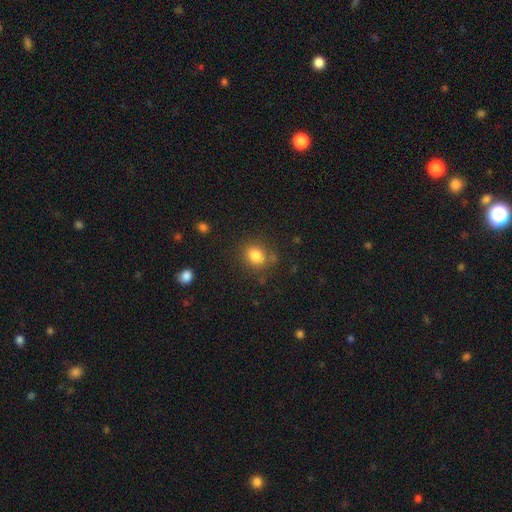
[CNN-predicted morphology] This is clearly a smooth galaxy (82%). How rounded: likely round (60%). Merging: likely none (79%).